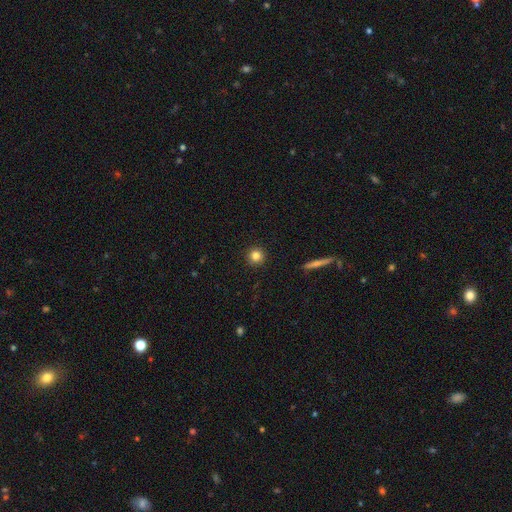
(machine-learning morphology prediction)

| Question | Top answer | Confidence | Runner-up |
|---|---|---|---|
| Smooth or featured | smooth | 82% | star or artifact (11%) |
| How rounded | round | 95% | in between (4%) |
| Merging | none | 92% | minor disturbance (5%) |